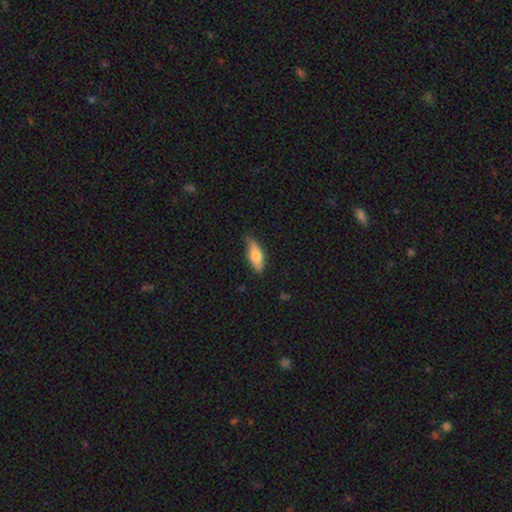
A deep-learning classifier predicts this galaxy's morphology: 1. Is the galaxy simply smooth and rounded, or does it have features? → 67% smooth, 27% featured or disk, 6% star or artifact.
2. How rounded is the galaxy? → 67% in between, 30% cigar-shaped, 3% round.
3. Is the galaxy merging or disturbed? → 73% none, 22% minor disturbance, 3% major disturbance, 1% merger.